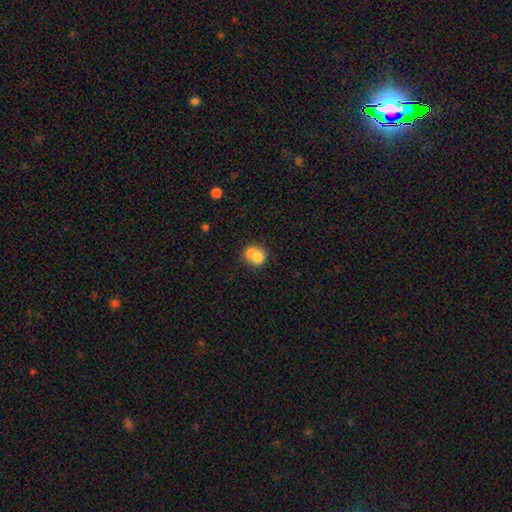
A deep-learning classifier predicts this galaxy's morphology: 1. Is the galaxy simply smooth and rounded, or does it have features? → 74% smooth, 17% featured or disk, 9% star or artifact.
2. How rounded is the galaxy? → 69% round, 30% in between, 1% cigar-shaped.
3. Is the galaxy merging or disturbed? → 56% merger, 30% none, 10% minor disturbance, 4% major disturbance.